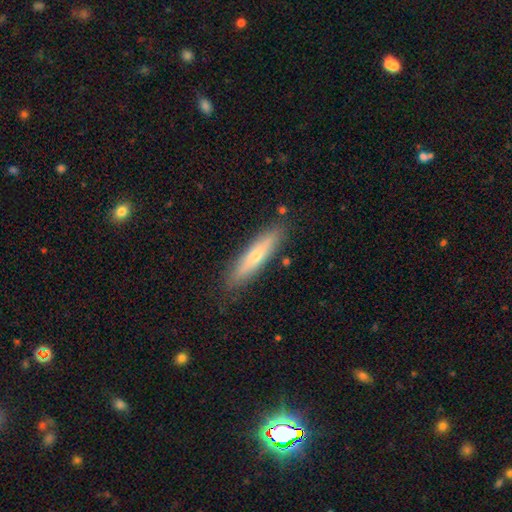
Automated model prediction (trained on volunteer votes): A smooth galaxy with no disk features (49%). Merging: none (85%).